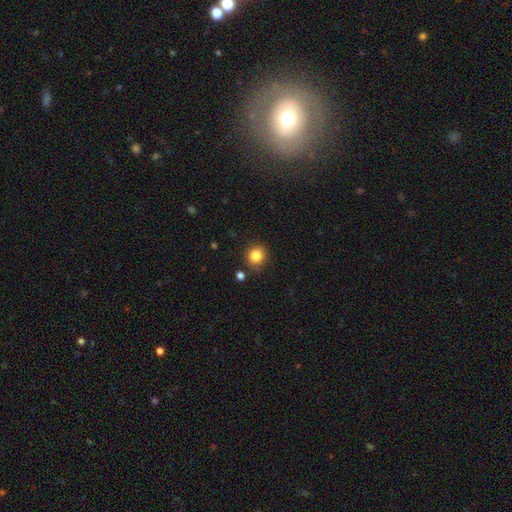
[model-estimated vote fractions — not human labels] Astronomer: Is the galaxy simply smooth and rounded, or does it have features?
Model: smooth — 84%.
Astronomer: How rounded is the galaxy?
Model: round — 85%.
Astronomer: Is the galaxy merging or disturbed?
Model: none — 84%.